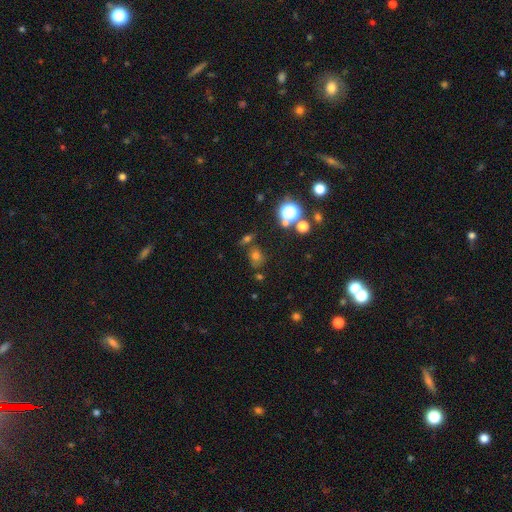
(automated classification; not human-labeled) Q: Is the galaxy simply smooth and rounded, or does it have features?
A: smooth — 59%.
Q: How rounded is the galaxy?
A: round — 65%.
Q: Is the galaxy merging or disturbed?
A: none — 68%.